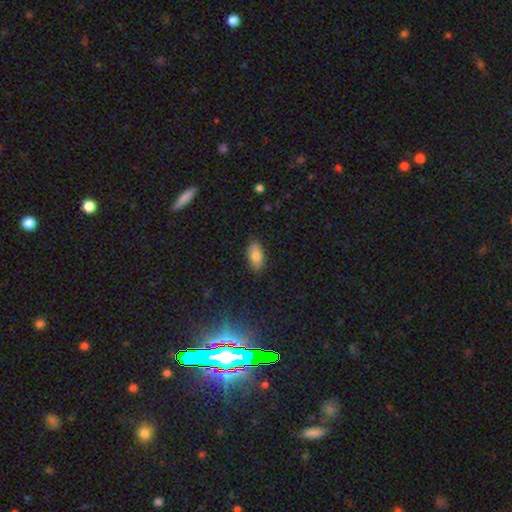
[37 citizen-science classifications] A smooth galaxy with no disk features (73%) that is in between round and cigar-shaped (85%).

Vote fractions:
- Smooth or featured? smooth: 73% / featured or disk: 22% / star or artifact: 5%
- How rounded? in between: 85% / round: 7% / cigar-shaped: 7%
- Merging? none: 89% / minor disturbance: 11% / major disturbance: 0% / merger: 0%